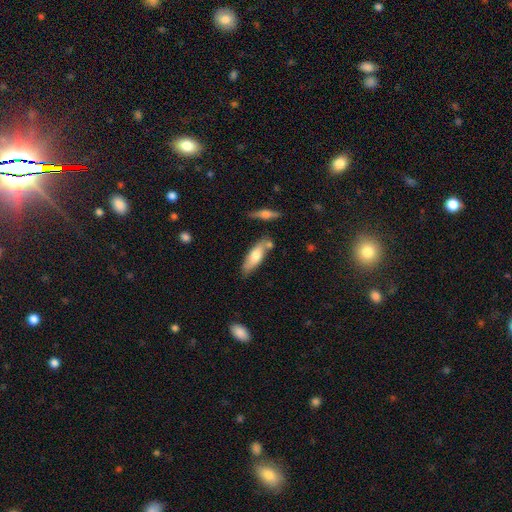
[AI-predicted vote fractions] This appears to be a smooth galaxy with no disk features (66%) that is in between round and cigar-shaped (53%). Merging: none (67%).